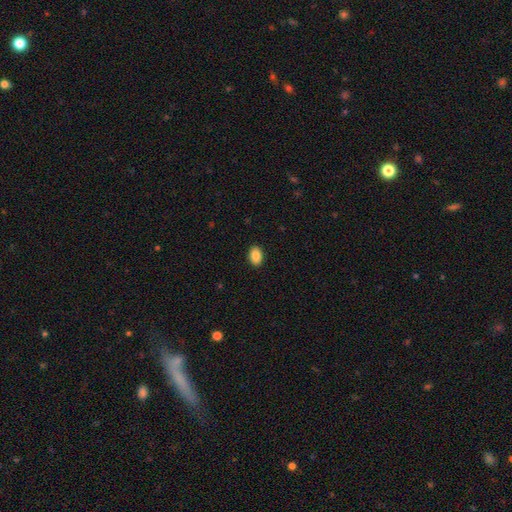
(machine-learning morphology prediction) This appears to be a smooth galaxy with no disk features (88%) that is in between round and cigar-shaped (86%). Merging: none (90%).